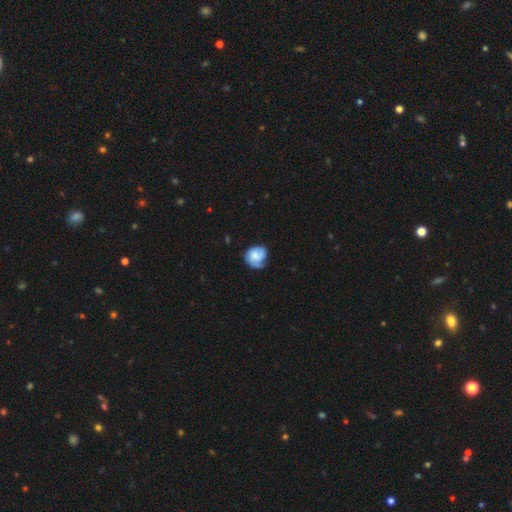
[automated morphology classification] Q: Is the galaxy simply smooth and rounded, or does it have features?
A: featured or disk — 54%.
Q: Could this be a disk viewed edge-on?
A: no — 98%.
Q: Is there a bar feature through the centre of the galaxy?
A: no — 69%.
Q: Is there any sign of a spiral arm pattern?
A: yes — 87%.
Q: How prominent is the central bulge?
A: small — 36%.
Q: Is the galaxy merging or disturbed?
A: none — 54%.